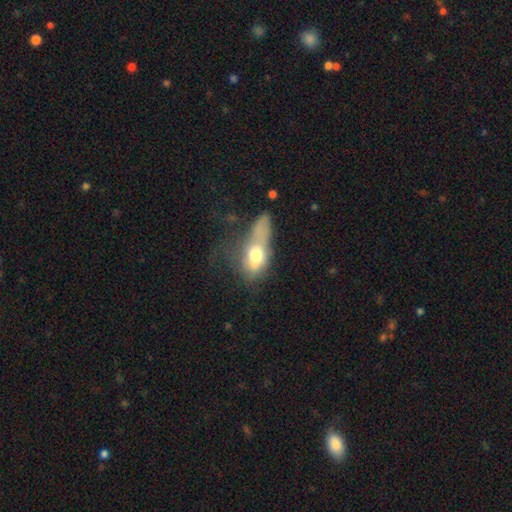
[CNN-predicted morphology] The model was most divided on "merging": major disturbance: 46%, minor disturbance: 21%, none: 19%, merger: 14%. More confident: how rounded — in between (75%); smooth or featured — smooth (66%).